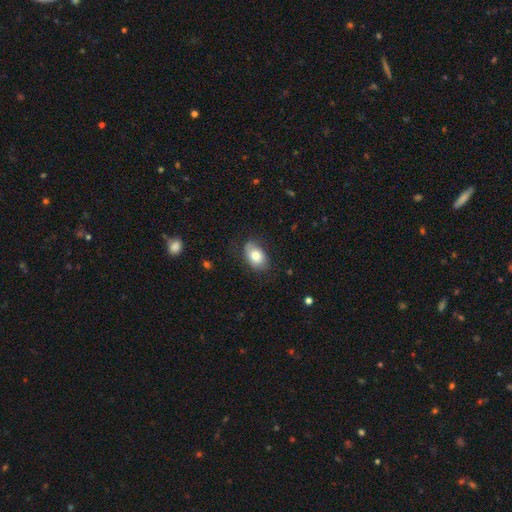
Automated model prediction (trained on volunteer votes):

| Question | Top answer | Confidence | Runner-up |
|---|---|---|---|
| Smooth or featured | smooth | 76% | featured or disk (17%) |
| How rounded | in between | 88% | round (11%) |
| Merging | none | 72% | minor disturbance (21%) |